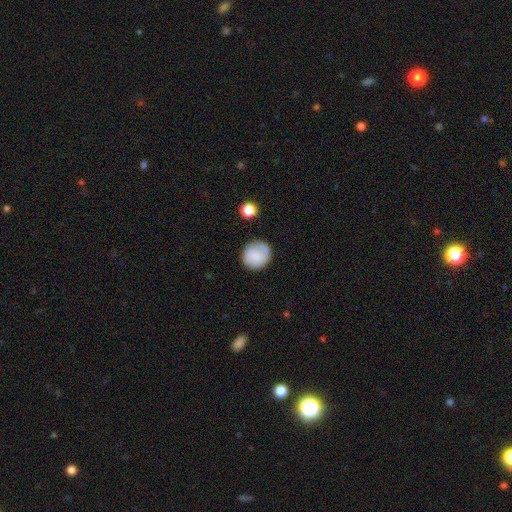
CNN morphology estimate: Smooth or featured? smooth (65%)
How rounded? round (88%)
Merging? none (81%)